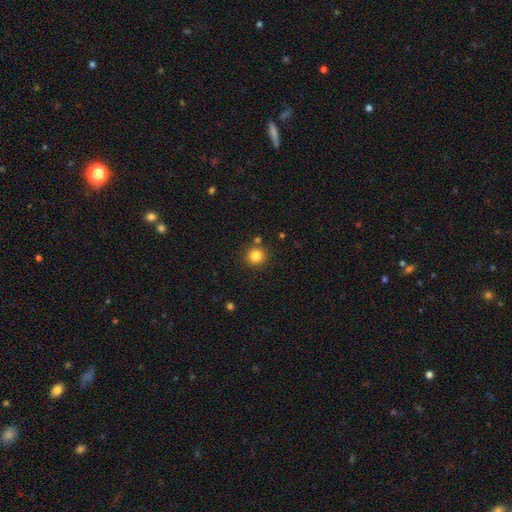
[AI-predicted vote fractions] Overall: smooth (84%). How rounded: round (93%). Merging: none (84%).